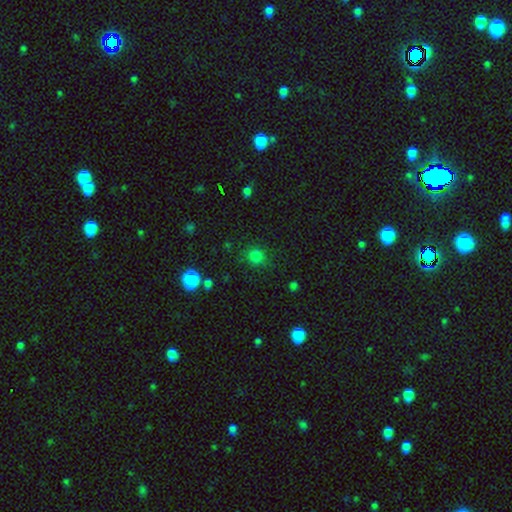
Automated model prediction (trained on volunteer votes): A smooth galaxy with no disk features (80%) that is round (85%).

Vote fractions:
- Smooth or featured? smooth: 80% / star or artifact: 16% / featured or disk: 5%
- How rounded? round: 85% / in between: 14% / cigar-shaped: 1%
- Merging? none: 82% / minor disturbance: 12% / major disturbance: 4% / merger: 2%